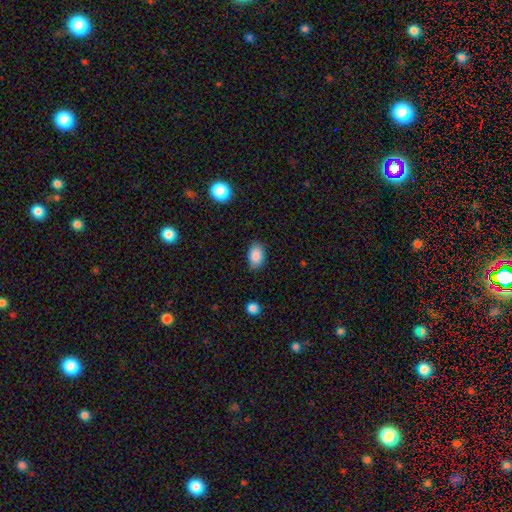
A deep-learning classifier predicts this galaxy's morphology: smooth_or_featured: smooth (p=0.88) [alt: star or artifact p=0.08]
how_rounded: in between (p=0.90) [alt: round p=0.08]
merging: none (p=0.84) [alt: minor disturbance p=0.12]